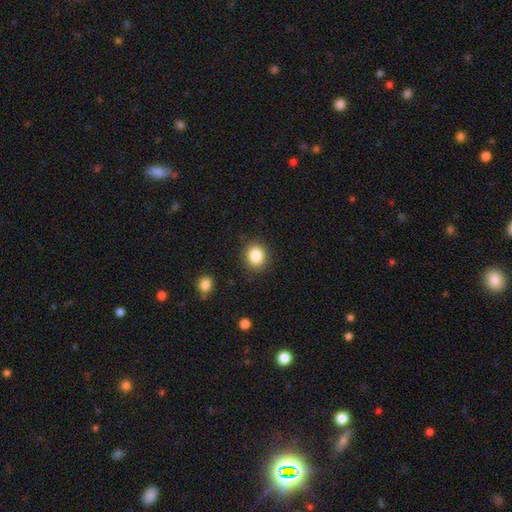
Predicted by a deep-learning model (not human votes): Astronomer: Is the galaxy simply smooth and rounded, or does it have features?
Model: smooth — 85%.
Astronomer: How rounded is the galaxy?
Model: round — 73%.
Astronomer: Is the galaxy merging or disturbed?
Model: none — 89%.